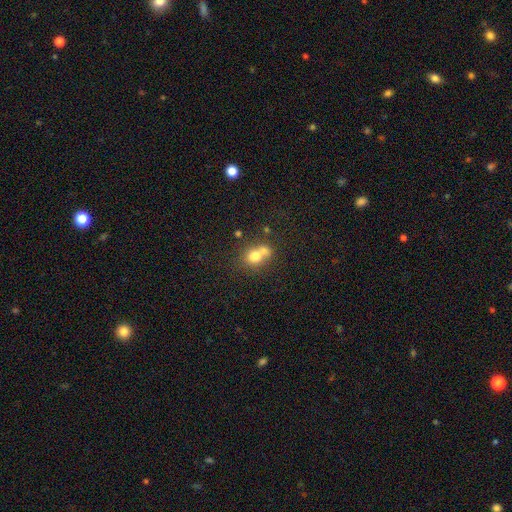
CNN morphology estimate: Overall: smooth (73%). How rounded: round (69%; in between 30%). Merging: merger (56%; none 32%).